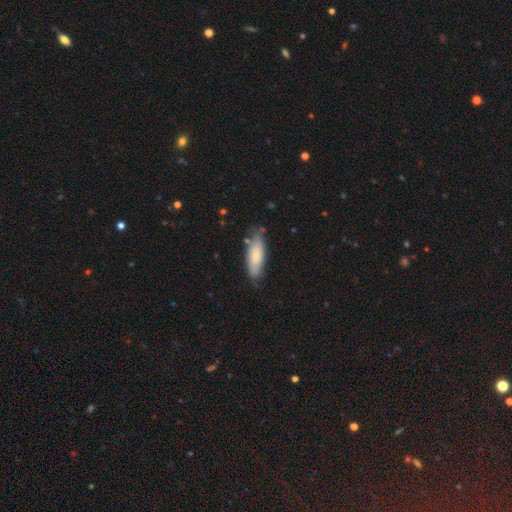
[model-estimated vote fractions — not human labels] This is likely a smooth galaxy (77%). How rounded: likely in between (61%). Merging: likely none (70%).